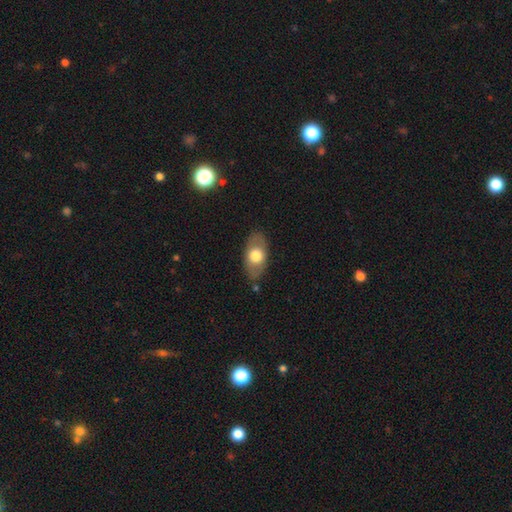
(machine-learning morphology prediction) A smooth galaxy with no disk features (63%) that is in between round and cigar-shaped (89%).

Vote fractions:
- Smooth or featured? smooth: 63% / featured or disk: 31% / star or artifact: 6%
- How rounded? in between: 89% / round: 8% / cigar-shaped: 3%
- Merging? none: 80% / minor disturbance: 14% / major disturbance: 4% / merger: 2%